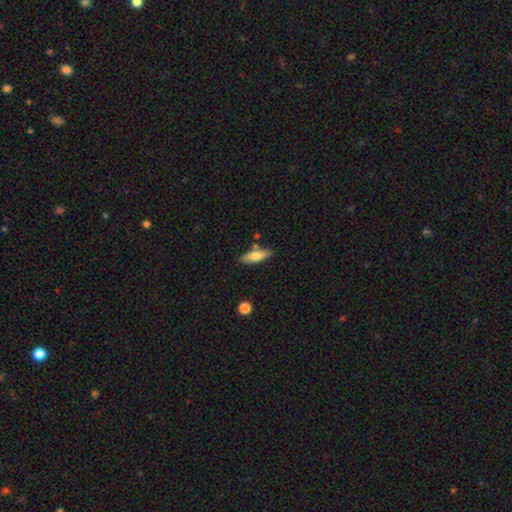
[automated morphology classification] A smooth galaxy with no disk features (75%) that is in between round and cigar-shaped (51%). Merging: none (77%).